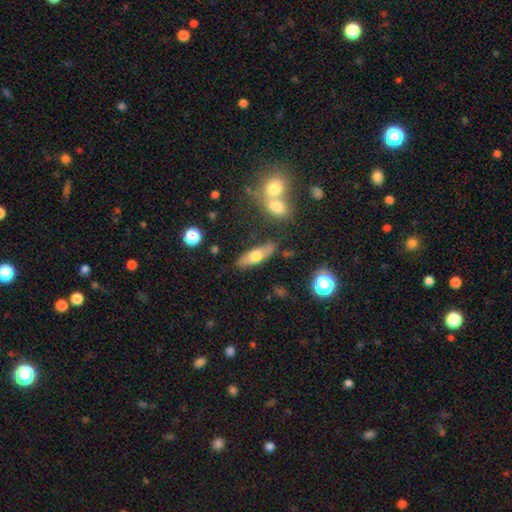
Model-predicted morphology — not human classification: smooth-or-featured: smooth: 57% | featured or disk: 35% | star or artifact: 7%
  how-rounded: in between: 49% | cigar-shaped: 47% | round: 4%
  merging: none: 77% | minor disturbance: 14% | merger: 6% | major disturbance: 4%